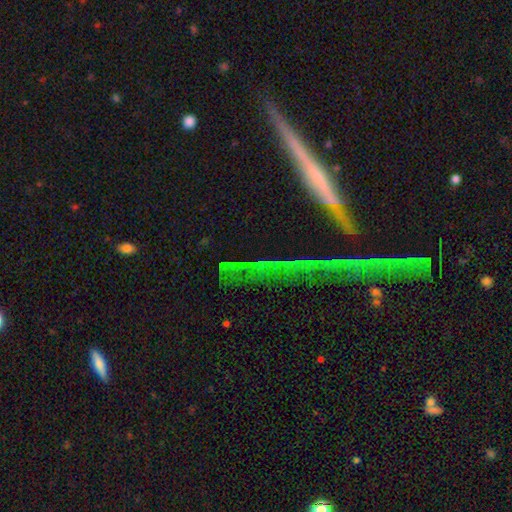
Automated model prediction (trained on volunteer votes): Smooth or featured: featured or disk — 56% (star or artifact — 29%)
Edge-on disk: yes — 86% (no — 14%)
Merging: none — 74% (minor disturbance — 13%)